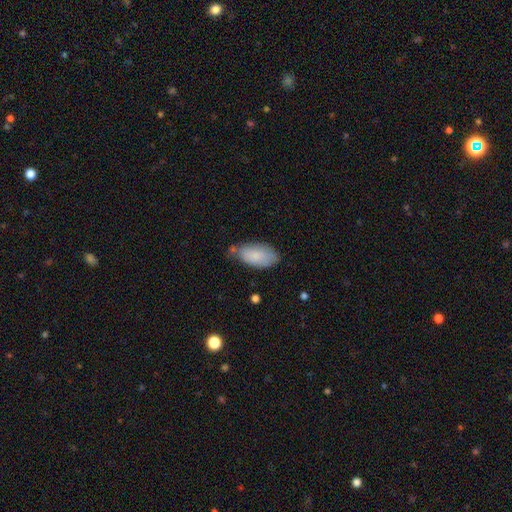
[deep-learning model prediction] A smooth galaxy with no disk features (84%) that is in between round and cigar-shaped (94%).

Vote fractions:
- Smooth or featured? smooth: 84% / featured or disk: 10% / star or artifact: 6%
- How rounded? in between: 94% / cigar-shaped: 3% / round: 2%
- Merging? none: 61% / minor disturbance: 27% / merger: 6% / major disturbance: 5%